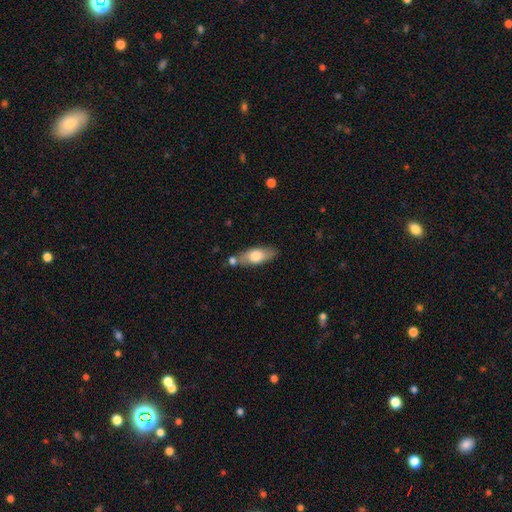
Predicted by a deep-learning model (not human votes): Smooth or featured? Predicted: smooth (p=0.68). How rounded? Predicted: in between (p=0.75). Merging? Predicted: none (p=0.63).